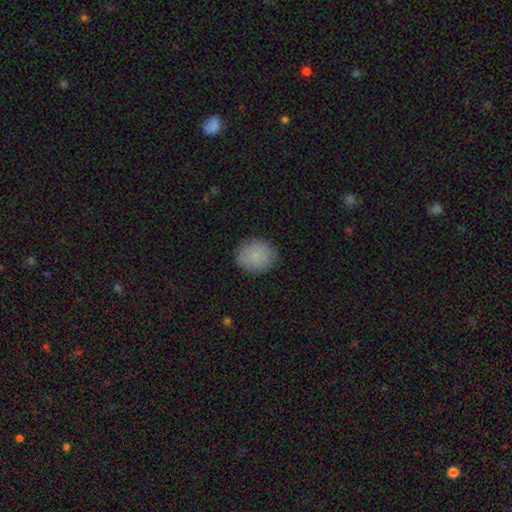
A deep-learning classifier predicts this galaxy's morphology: smooth_or_featured: smooth (p=0.84) [alt: featured or disk p=0.08]
how_rounded: round (p=0.73) [alt: in between p=0.26]
merging: none (p=0.85) [alt: minor disturbance p=0.11]